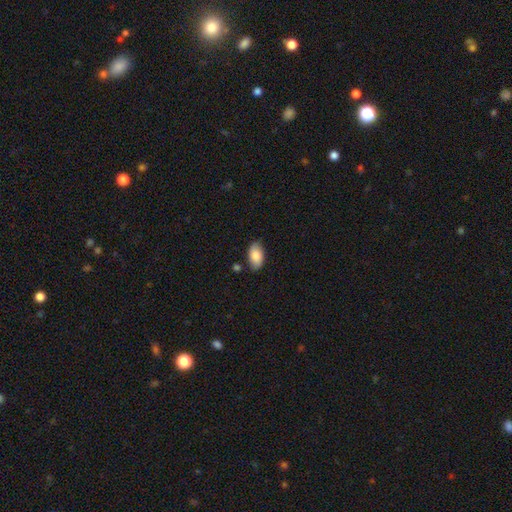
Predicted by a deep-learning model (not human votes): Q: Smooth or featured?
A: smooth (83%); runner-up: featured or disk (11%)
Q: How rounded?
A: in between (95%); runner-up: round (3%)
Q: Merging?
A: none (80%); runner-up: minor disturbance (14%)